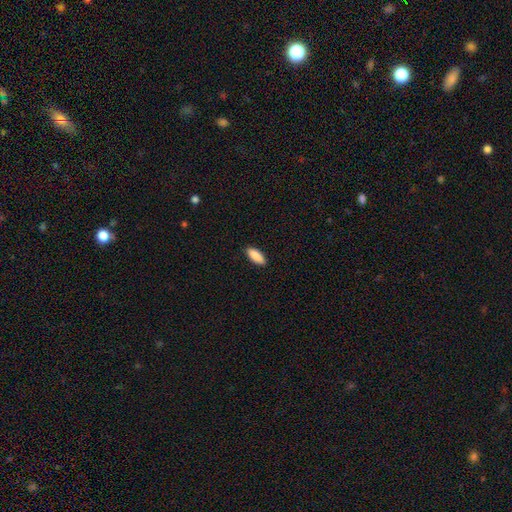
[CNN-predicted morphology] Smooth or featured?
  - smooth: 89% *
  - star or artifact: 6%
  - featured or disk: 5%
How rounded?
  - in between: 71% *
  - cigar-shaped: 27%
  - round: 2%
Merging?
  - none: 89% *
  - minor disturbance: 8%
  - major disturbance: 2%
  - merger: 1%